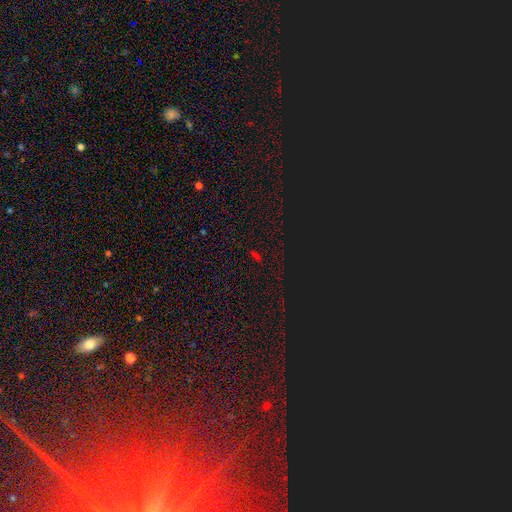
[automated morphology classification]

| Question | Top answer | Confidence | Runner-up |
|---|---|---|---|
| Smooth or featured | star or artifact | 60% | smooth (31%) |